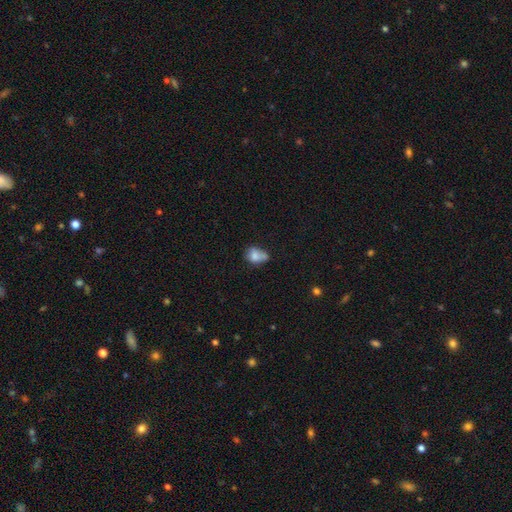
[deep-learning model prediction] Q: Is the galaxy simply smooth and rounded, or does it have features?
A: smooth — 70%.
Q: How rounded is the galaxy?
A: in between — 72%.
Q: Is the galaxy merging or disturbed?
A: none — 32%.